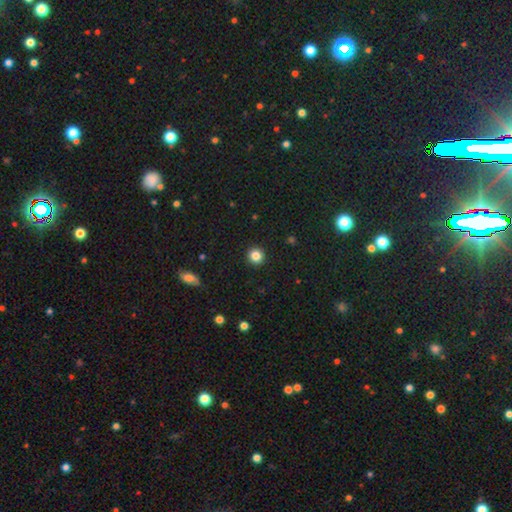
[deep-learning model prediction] Smooth or featured? smooth (84%)
How rounded? round (94%)
Merging? none (93%)